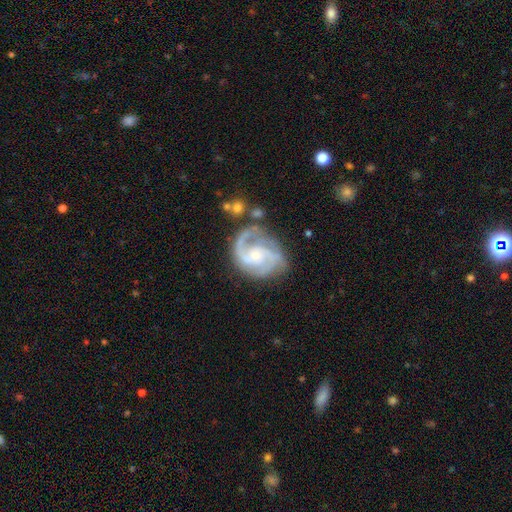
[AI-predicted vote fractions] Smooth or featured: featured or disk — 91% (star or artifact — 5%)
Edge-on disk: no — 98% (yes — 2%)
Bar: no — 64% (weak — 30%)
Spiral arms: yes — 98% (no — 2%)
Spiral winding: medium — 49% (tight — 42%)
Spiral arm count: 2 — 49% (3 — 31%)
Bulge size: small — 69% (moderate — 27%)
Merging: none — 64% (minor disturbance — 21%)